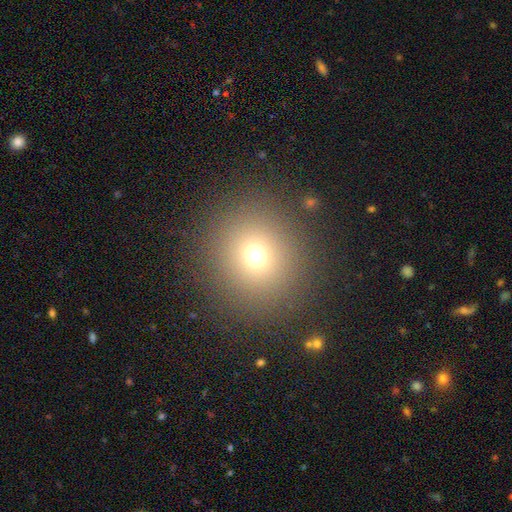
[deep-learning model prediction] Q: Smooth or featured?
A: smooth (69%); runner-up: star or artifact (22%)
Q: How rounded?
A: round (89%); runner-up: in between (10%)
Q: Merging?
A: none (87%); runner-up: minor disturbance (6%)